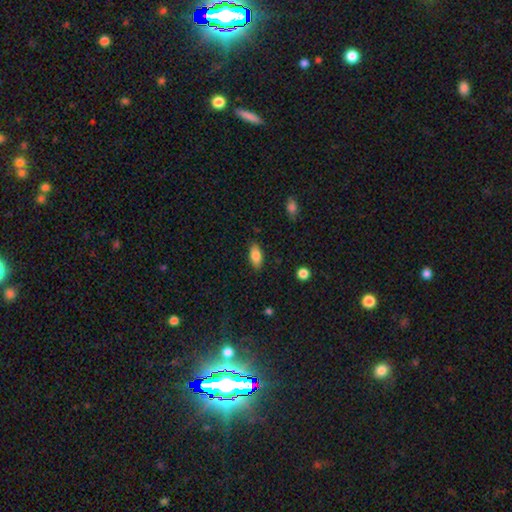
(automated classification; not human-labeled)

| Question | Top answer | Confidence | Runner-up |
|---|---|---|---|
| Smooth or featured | smooth | 82% | featured or disk (11%) |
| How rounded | in between | 87% | cigar-shaped (9%) |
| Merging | none | 85% | minor disturbance (11%) |